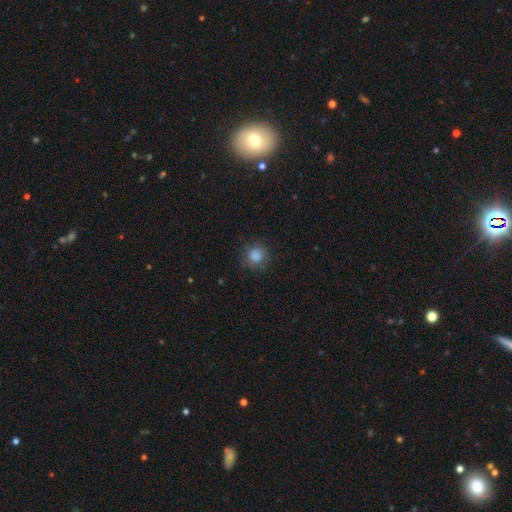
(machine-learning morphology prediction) smooth_or_featured: smooth (p=0.85) [alt: star or artifact p=0.10]
how_rounded: round (p=0.88) [alt: in between p=0.11]
merging: none (p=0.80) [alt: minor disturbance p=0.14]